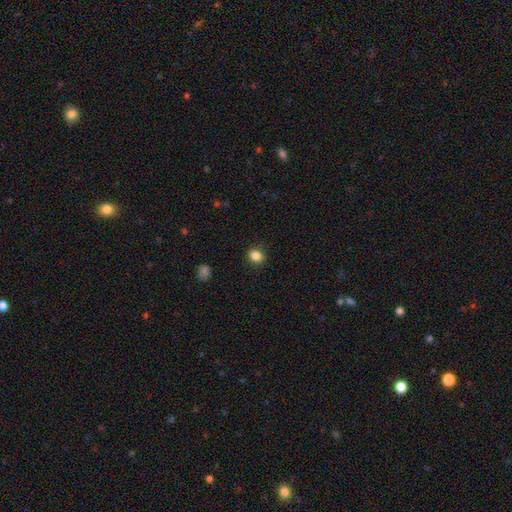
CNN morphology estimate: This appears to be a smooth galaxy with no disk features (85%) that is round (76%). Merging: none (88%).